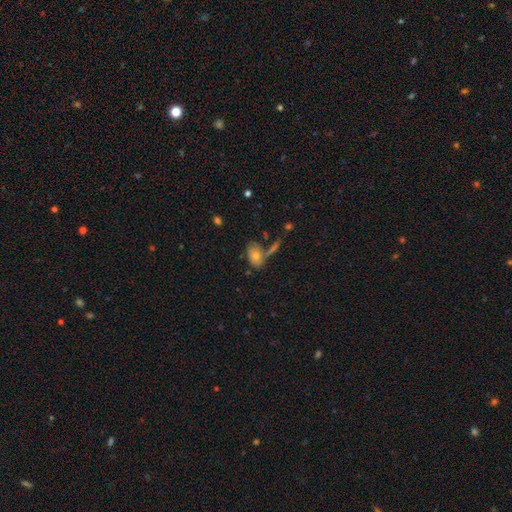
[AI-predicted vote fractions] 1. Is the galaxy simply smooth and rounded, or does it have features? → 65% smooth, 25% featured or disk, 9% star or artifact.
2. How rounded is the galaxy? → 84% in between, 13% round, 3% cigar-shaped.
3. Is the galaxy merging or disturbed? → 53% none, 21% merger, 17% minor disturbance, 9% major disturbance.